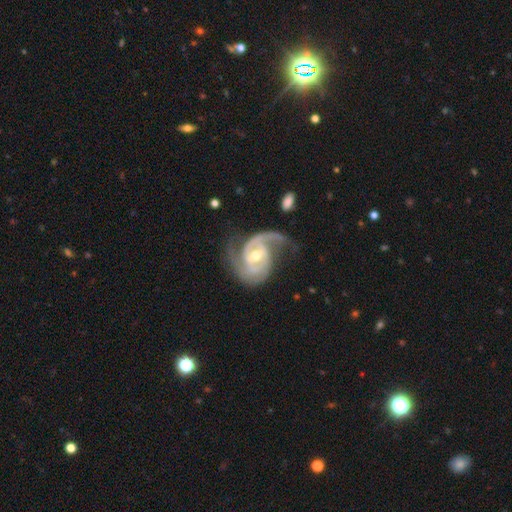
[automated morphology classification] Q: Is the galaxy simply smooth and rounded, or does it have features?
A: featured or disk — 92%.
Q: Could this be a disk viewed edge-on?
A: no — 98%.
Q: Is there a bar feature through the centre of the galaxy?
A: weak — 47%.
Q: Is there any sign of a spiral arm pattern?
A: yes — 98%.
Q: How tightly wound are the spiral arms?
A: medium — 49%.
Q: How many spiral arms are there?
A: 2 — 74%.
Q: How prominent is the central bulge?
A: moderate — 65%.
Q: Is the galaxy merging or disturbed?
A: none — 54%.